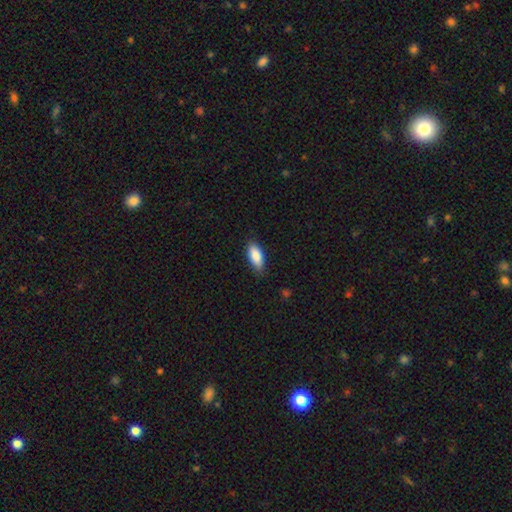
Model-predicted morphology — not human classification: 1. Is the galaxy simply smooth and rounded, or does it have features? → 87% smooth, 7% featured or disk, 6% star or artifact.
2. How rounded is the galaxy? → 86% in between, 12% cigar-shaped, 2% round.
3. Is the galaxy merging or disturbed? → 81% none, 15% minor disturbance, 3% major disturbance, 1% merger.